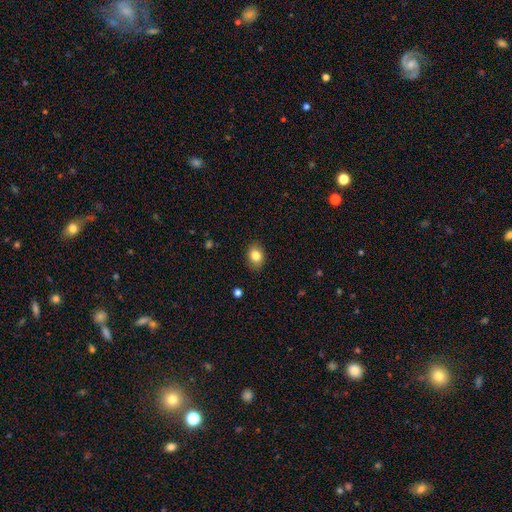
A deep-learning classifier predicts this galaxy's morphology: A smooth galaxy with no disk features (83%) that is in between round and cigar-shaped (71%).

Vote fractions:
- Smooth or featured? smooth: 83% / star or artifact: 9% / featured or disk: 8%
- How rounded? in between: 71% / round: 28% / cigar-shaped: 1%
- Merging? none: 87% / minor disturbance: 10% / major disturbance: 2% / merger: 1%